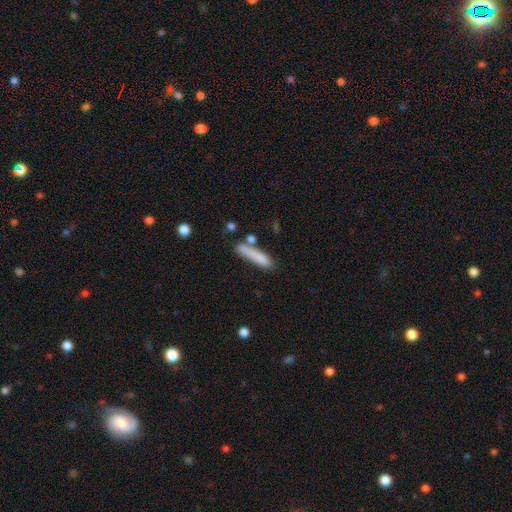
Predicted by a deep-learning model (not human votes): A smooth galaxy with no disk features (78%) that is cigar-shaped (87%).

Vote fractions:
- Smooth or featured? smooth: 78% / featured or disk: 15% / star or artifact: 7%
- How rounded? cigar-shaped: 87% / in between: 11% / round: 2%
- Merging? none: 63% / minor disturbance: 19% / merger: 12% / major disturbance: 6%